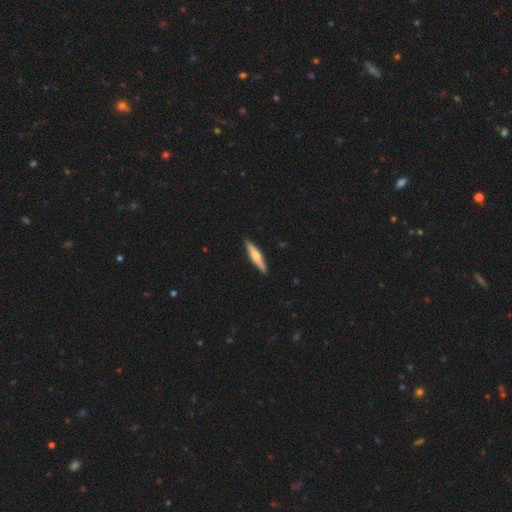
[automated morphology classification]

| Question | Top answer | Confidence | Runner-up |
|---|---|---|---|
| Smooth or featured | featured or disk | 57% | smooth (38%) |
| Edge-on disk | yes | 97% | no (3%) |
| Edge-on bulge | rounded | 88% | boxy (6%) |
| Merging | none | 92% | minor disturbance (6%) |